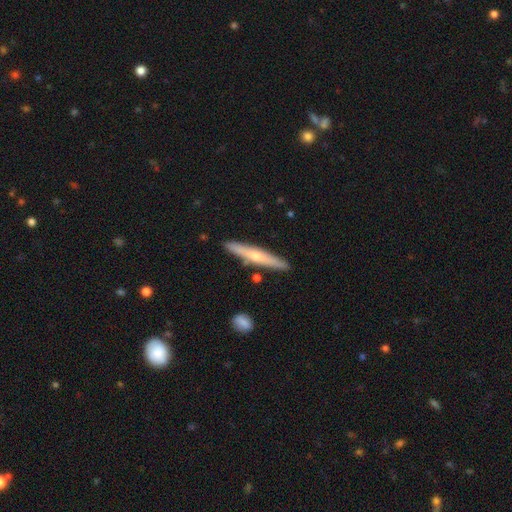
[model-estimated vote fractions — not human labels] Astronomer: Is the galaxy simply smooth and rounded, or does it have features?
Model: featured or disk — 52% (runner-up: smooth, 42%).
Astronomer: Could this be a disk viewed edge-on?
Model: yes — 93%.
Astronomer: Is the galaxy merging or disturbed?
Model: none — 87%.